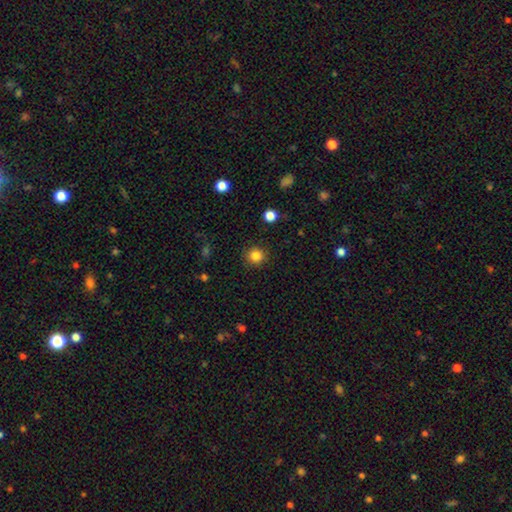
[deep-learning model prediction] smooth-or-featured: smooth: 84% | star or artifact: 12% | featured or disk: 4%
  how-rounded: round: 93% | in between: 6% | cigar-shaped: 1%
  merging: none: 90% | minor disturbance: 7% | major disturbance: 2% | merger: 1%